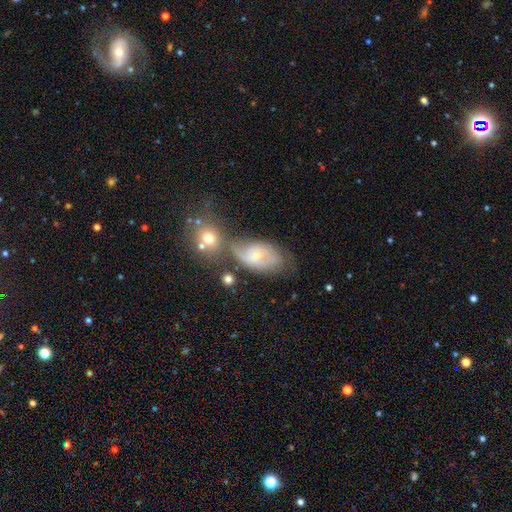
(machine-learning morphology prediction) type=featured or disk (56%); edge-on=no (94%); bar=no (66%); spiral arms=yes (77%); bulge=small (66%); merging=none (40%).